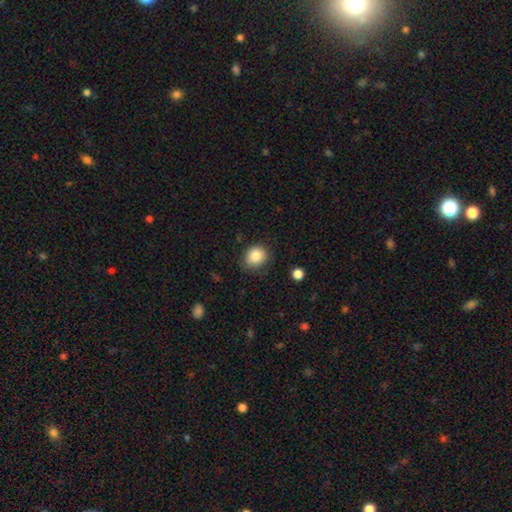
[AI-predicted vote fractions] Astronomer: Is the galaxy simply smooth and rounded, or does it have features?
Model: smooth — 85%.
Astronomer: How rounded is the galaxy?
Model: round — 72%.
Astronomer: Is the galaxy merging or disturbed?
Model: none — 79%.